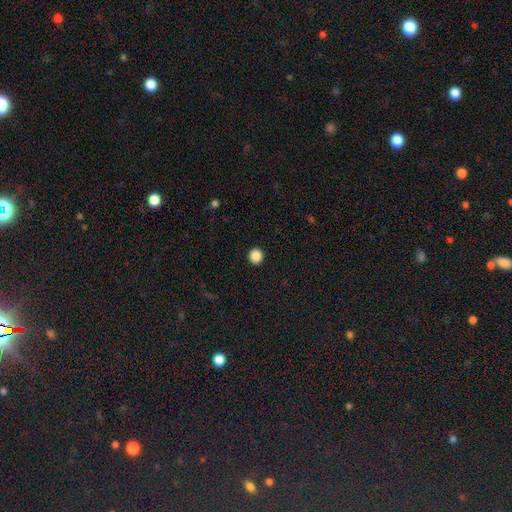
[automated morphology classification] The model was most divided on "smooth or featured": smooth: 87%, star or artifact: 10%, featured or disk: 3%. More confident: merging — none (93%); how rounded — round (93%).